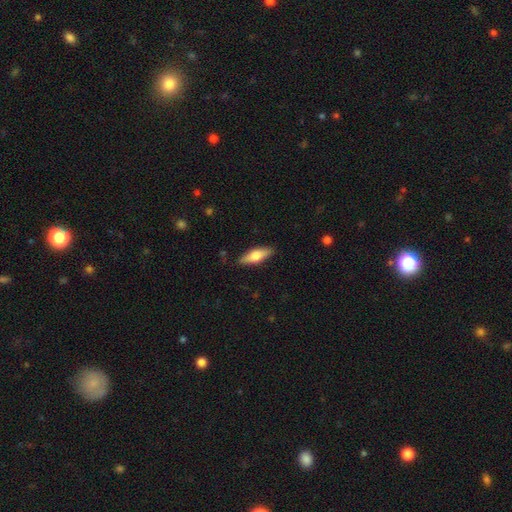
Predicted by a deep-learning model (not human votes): A smooth galaxy with no disk features (62%) that is in between round and cigar-shaped (56%).

Vote fractions:
- Smooth or featured? smooth: 62% / featured or disk: 32% / star or artifact: 6%
- How rounded? in between: 56% / cigar-shaped: 42% / round: 2%
- Merging? none: 86% / minor disturbance: 10% / major disturbance: 2% / merger: 1%